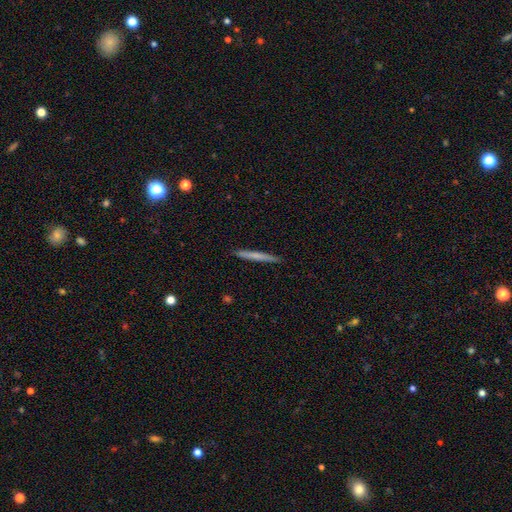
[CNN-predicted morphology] Overall: smooth (62%; featured or disk 32%). How rounded: cigar-shaped (97%). Merging: none (91%).